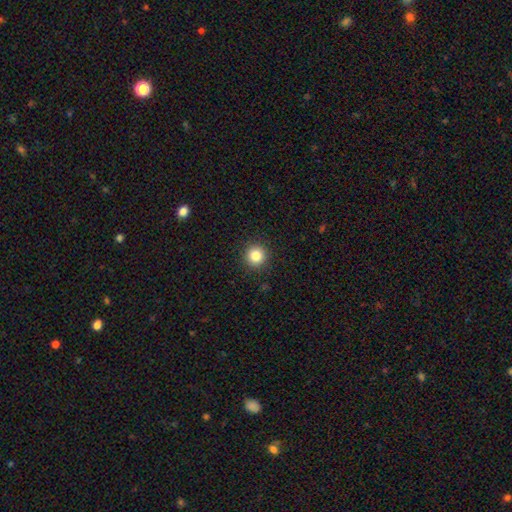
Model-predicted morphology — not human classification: A smooth galaxy with no disk features (83%) that is round (95%).

Vote fractions:
- Smooth or featured? smooth: 83% / star or artifact: 11% / featured or disk: 5%
- How rounded? round: 95% / in between: 4% / cigar-shaped: 1%
- Merging? none: 92% / minor disturbance: 5% / major disturbance: 2% / merger: 1%